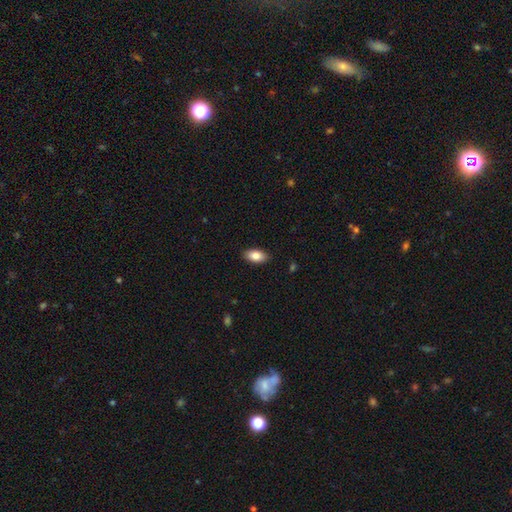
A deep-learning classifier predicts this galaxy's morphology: type=smooth (84%); roundness=in between (93%); merging=none (88%).